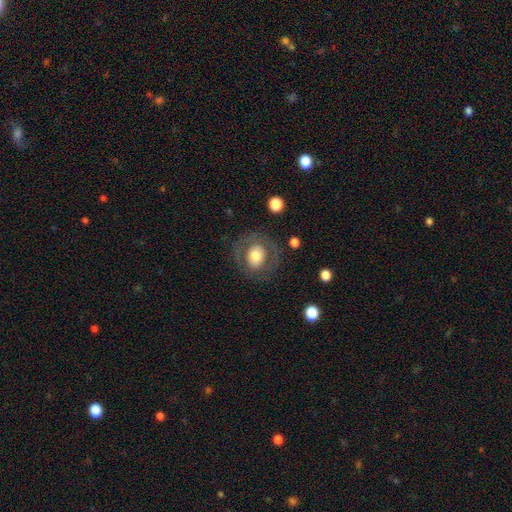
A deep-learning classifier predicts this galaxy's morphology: A smooth galaxy with no disk features (58%) that is round (72%). Merging: none (76%).